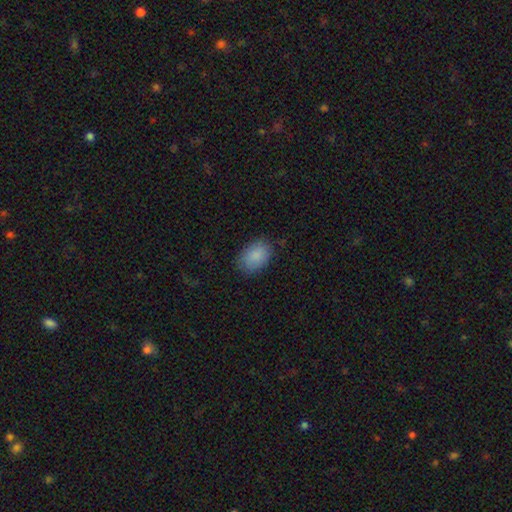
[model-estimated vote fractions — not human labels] smooth-or-featured: smooth: 87% | star or artifact: 7% | featured or disk: 5%
  how-rounded: in between: 83% | round: 16% | cigar-shaped: 1%
  merging: none: 81% | minor disturbance: 14% | major disturbance: 3% | merger: 1%